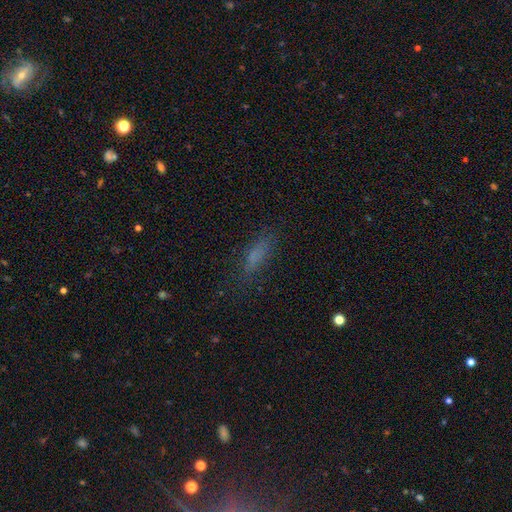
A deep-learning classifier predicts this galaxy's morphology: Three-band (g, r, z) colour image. It shows a smooth galaxy with no disk features (68%) that is cigar-shaped (59%). Merging: none (72%).